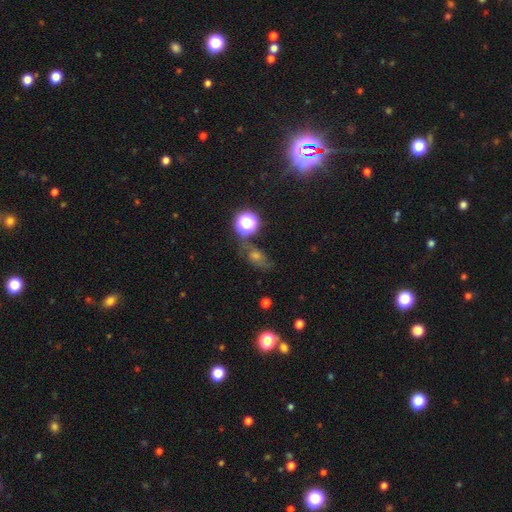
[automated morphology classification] smooth-or-featured: star or artifact: 43% | smooth: 37% | featured or disk: 20%